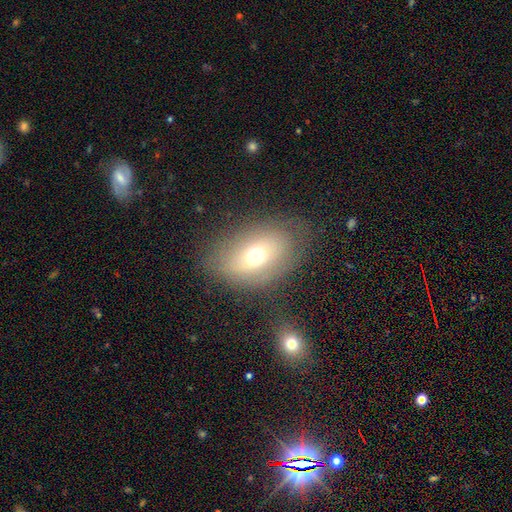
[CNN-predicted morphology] This appears to be a smooth galaxy with no disk features (62%) that is in between round and cigar-shaped (83%). Merging: none (69%).